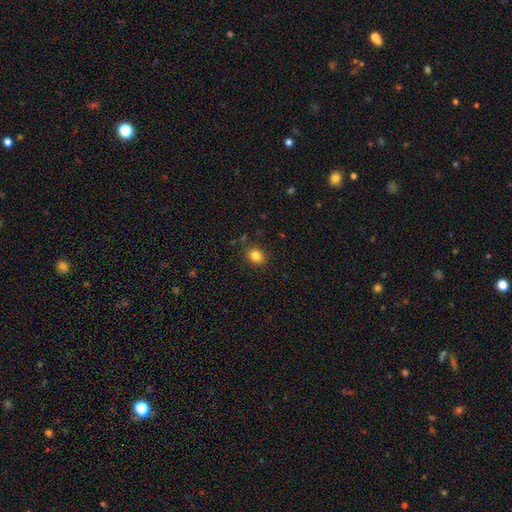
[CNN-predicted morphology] Overall: smooth (83%). How rounded: round (56%; in between 43%). Merging: none (87%).